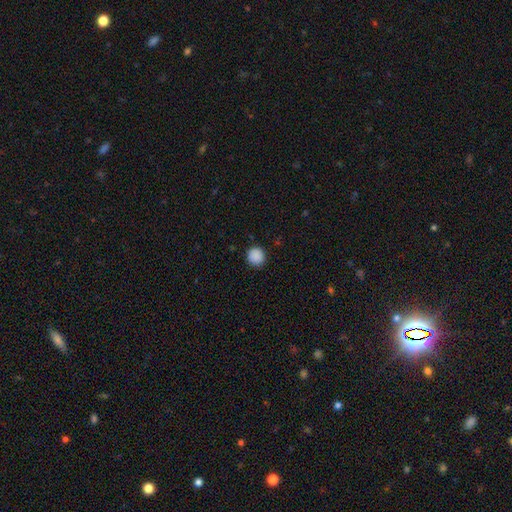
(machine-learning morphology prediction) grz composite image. It shows a smooth galaxy with no disk features (89%) that is round (92%). Merging: none (89%).